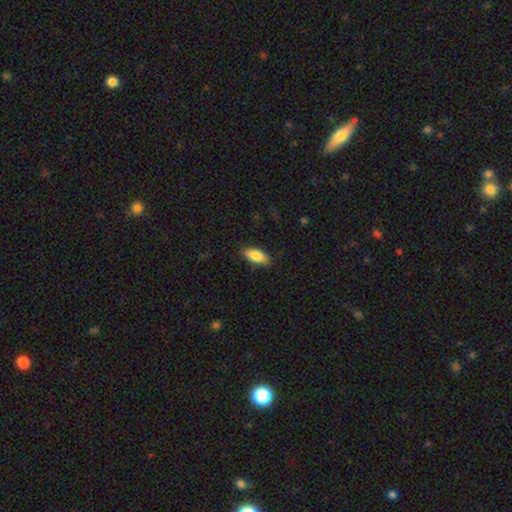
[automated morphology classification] Smooth or featured?
  - smooth: 83% *
  - featured or disk: 10%
  - star or artifact: 6%
How rounded?
  - in between: 84% *
  - cigar-shaped: 14%
  - round: 2%
Merging?
  - none: 86% *
  - minor disturbance: 11%
  - major disturbance: 2%
  - merger: 1%